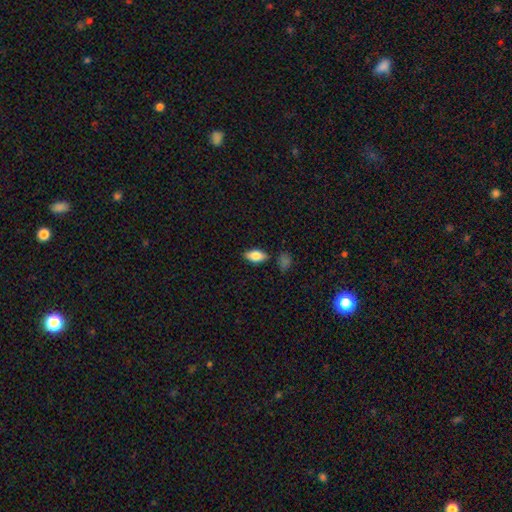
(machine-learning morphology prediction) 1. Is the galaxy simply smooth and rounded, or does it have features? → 77% smooth, 16% featured or disk, 7% star or artifact.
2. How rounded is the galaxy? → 88% in between, 8% cigar-shaped, 4% round.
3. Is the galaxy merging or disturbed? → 79% none, 14% minor disturbance, 4% merger, 3% major disturbance.